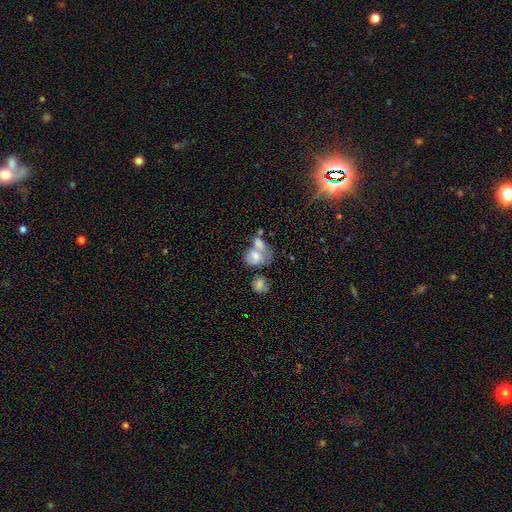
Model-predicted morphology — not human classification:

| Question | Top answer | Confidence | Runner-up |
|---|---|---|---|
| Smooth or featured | smooth | 62% | featured or disk (29%) |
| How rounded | in between | 62% | round (37%) |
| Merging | merger | 63% | none (18%) |